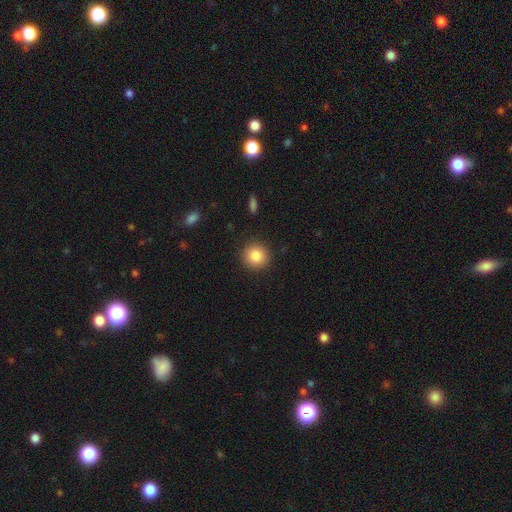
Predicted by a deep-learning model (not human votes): smooth_or_featured: smooth (p=0.85) [alt: star or artifact p=0.09]
how_rounded: round (p=0.92) [alt: in between p=0.07]
merging: none (p=0.90) [alt: minor disturbance p=0.06]